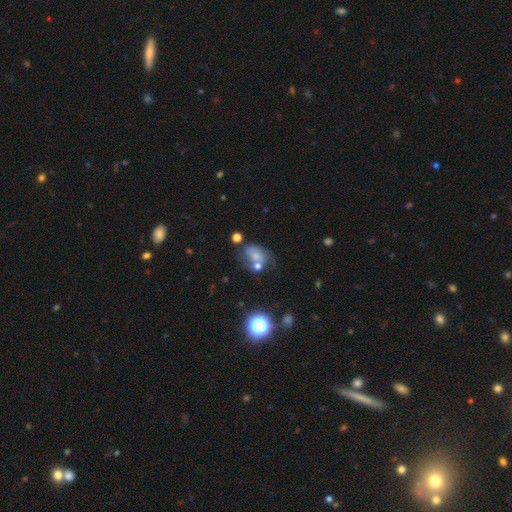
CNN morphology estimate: Q: Smooth or featured?
A: smooth (58%); runner-up: featured or disk (24%)
Q: How rounded?
A: in between (69%); runner-up: round (30%)
Q: Merging?
A: none (39%); runner-up: merger (25%)